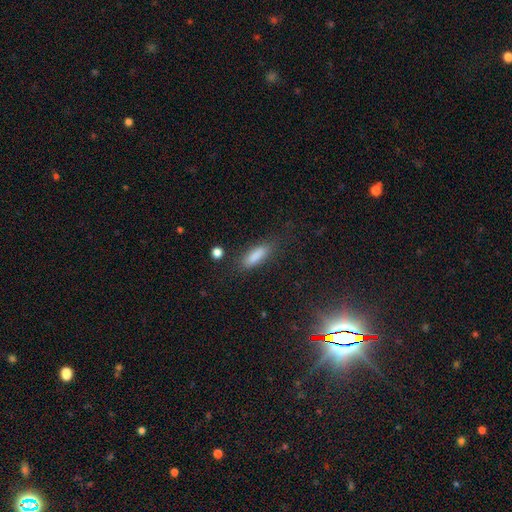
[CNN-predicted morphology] Overall: smooth (85%). How rounded: in between (53%; cigar-shaped 44%). Merging: none (78%).